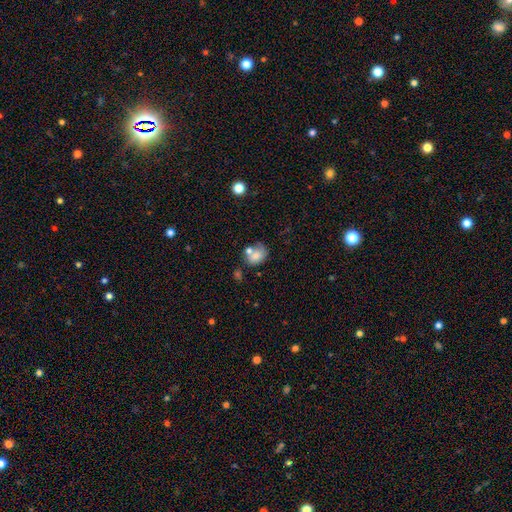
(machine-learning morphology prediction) Smooth or featured? smooth (75%)
How rounded? in between (60%)
Merging? none (45%)